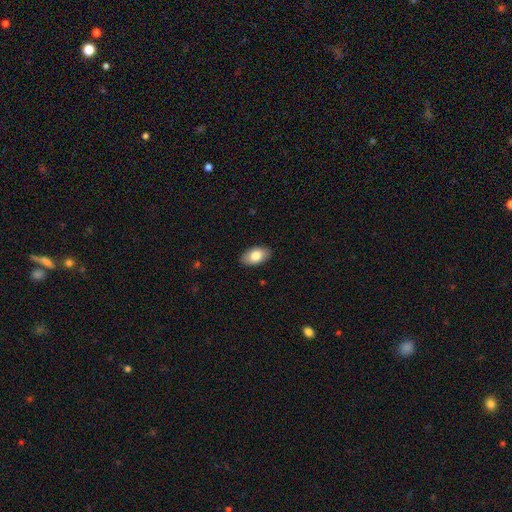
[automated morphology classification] smooth-or-featured: smooth: 82% | featured or disk: 12% | star or artifact: 6%
  how-rounded: in between: 94% | round: 4% | cigar-shaped: 1%
  merging: none: 89% | minor disturbance: 9% | major disturbance: 2% | merger: 1%